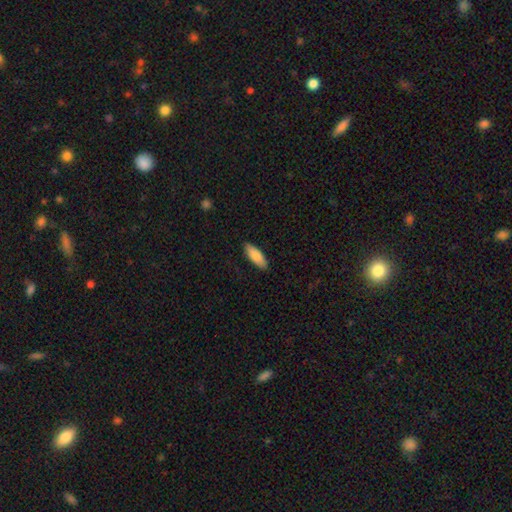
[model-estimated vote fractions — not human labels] smooth 84%, featured or disk 10%, star or artifact 6%. Down the decision tree: how rounded — in between (68%); merging — none (89%).